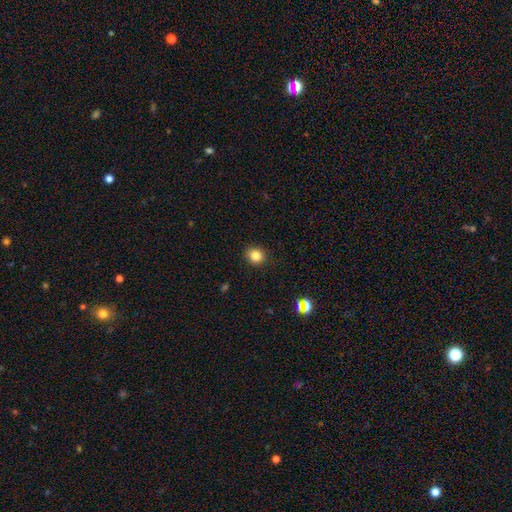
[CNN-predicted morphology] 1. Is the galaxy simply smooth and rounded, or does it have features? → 82% smooth, 13% star or artifact, 5% featured or disk.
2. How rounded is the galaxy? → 78% round, 21% in between, 1% cigar-shaped.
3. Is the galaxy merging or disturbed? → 90% none, 7% minor disturbance, 2% major disturbance, 1% merger.